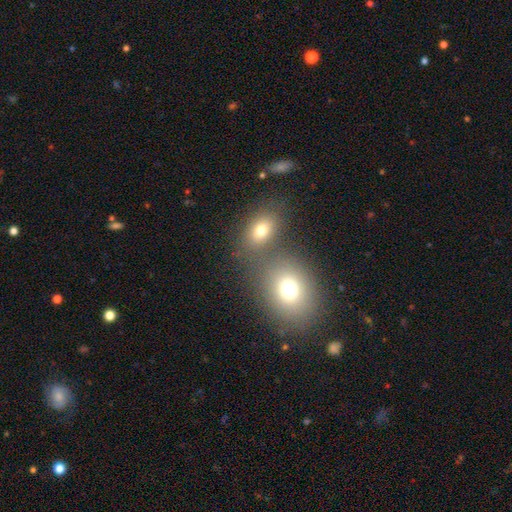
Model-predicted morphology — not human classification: Q: Smooth or featured?
A: smooth (65%); runner-up: star or artifact (19%)
Q: How rounded?
A: in between (57%); runner-up: round (41%)
Q: Merging?
A: none (48%); runner-up: merger (40%)